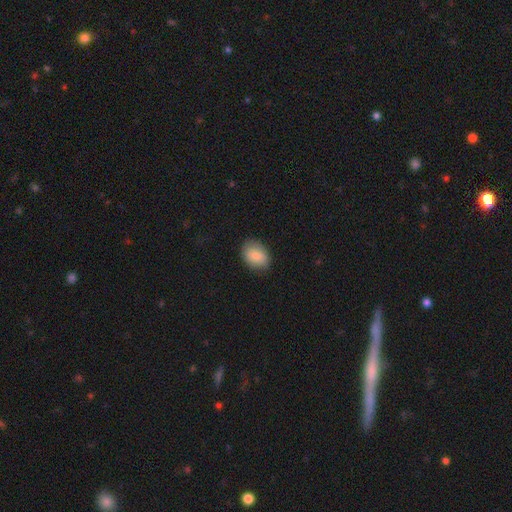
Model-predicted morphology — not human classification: A smooth galaxy with no disk features (82%) that is in between round and cigar-shaped (72%). Merging: none (83%).